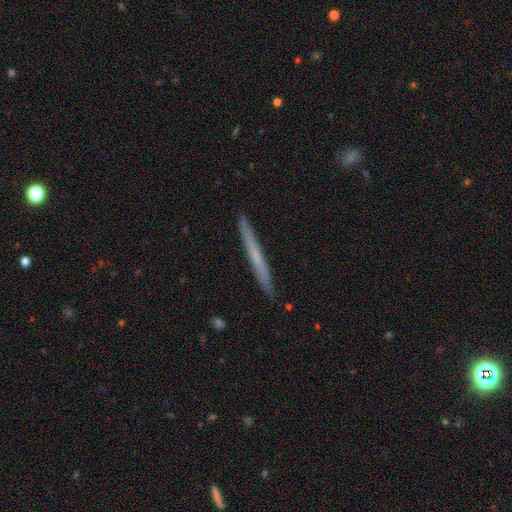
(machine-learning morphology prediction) Smooth or featured?
  - smooth: 49% *
  - featured or disk: 45%
  - star or artifact: 6%
Merging?
  - none: 92% *
  - minor disturbance: 6%
  - major disturbance: 1%
  - merger: 1%